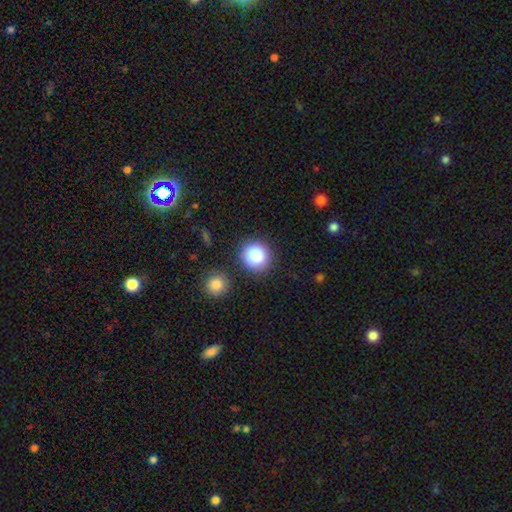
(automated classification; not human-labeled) This appears to be a smooth galaxy with no disk features (86%) that is round (90%). Merging: none (83%).